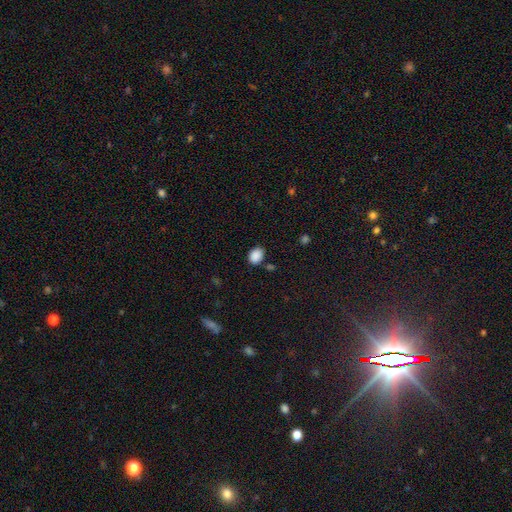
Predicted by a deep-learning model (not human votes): A smooth galaxy with no disk features (88%) that is in between round and cigar-shaped (61%). Merging: none (78%).